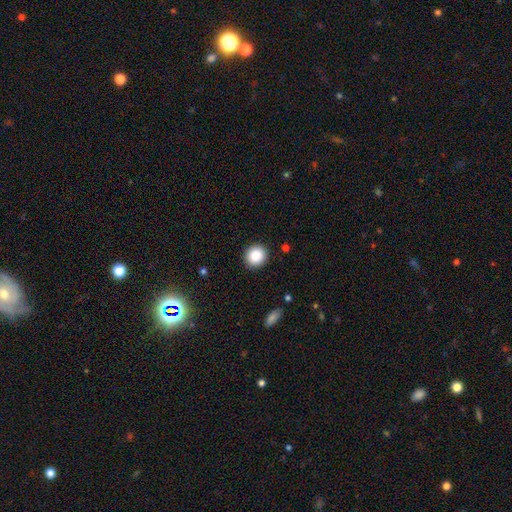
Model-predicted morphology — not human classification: type=smooth (88%); roundness=round (90%); merging=none (91%).